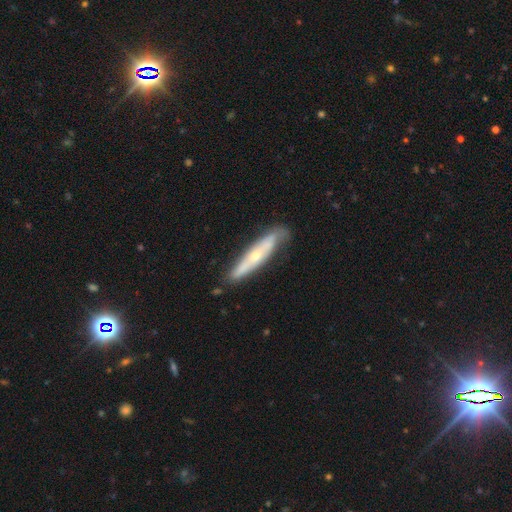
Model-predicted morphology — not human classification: A featured or disk galaxy (61%) viewed edge-on (67%).

Vote fractions:
- Smooth or featured? featured or disk: 61% / smooth: 33% / star or artifact: 6%
- Edge-on disk? yes: 67% / no: 33%
- Merging? none: 75% / minor disturbance: 19% / major disturbance: 4% / merger: 2%